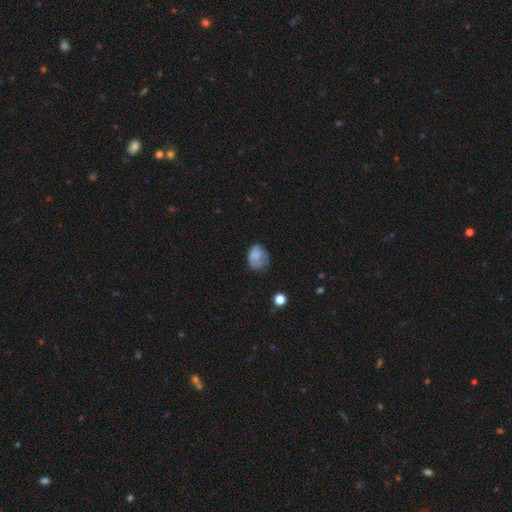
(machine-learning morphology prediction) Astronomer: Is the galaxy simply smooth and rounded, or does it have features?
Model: smooth — 75%.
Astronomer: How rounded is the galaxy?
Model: in between — 51% (runner-up: round, 48%).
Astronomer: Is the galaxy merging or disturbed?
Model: none — 47% (runner-up: minor disturbance, 33%).